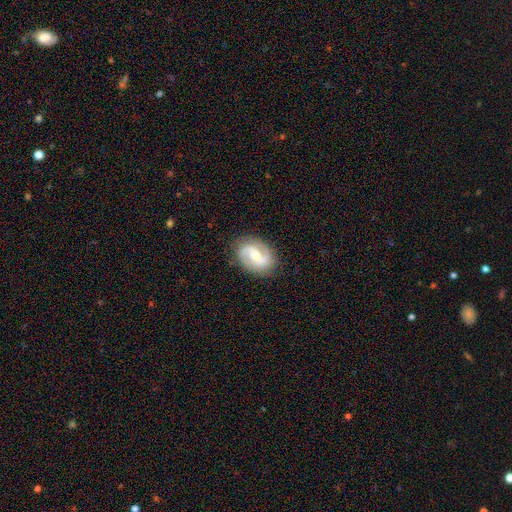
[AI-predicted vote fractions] featured or disk 86%, smooth 9%, star or artifact 5%. Down the decision tree: edge-on disk — no (98%); bar — weak (46%); spiral arms — yes (97%); spiral arm count — 2 (93%); spiral winding — medium (51%); bulge size — moderate (47%, tied with small); merging — none (85%).